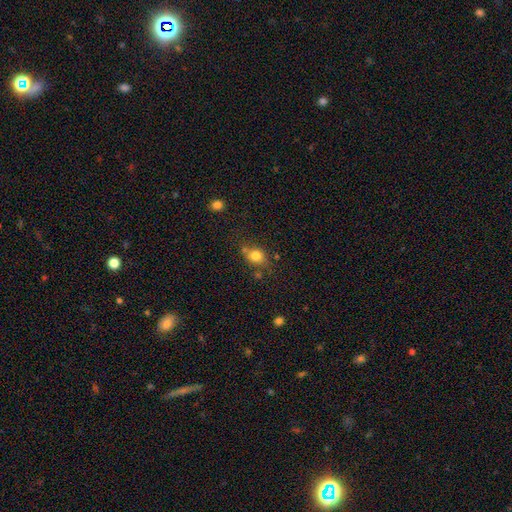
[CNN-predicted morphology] Overall: smooth (79%). How rounded: round (61%; in between 37%). Merging: none (63%).